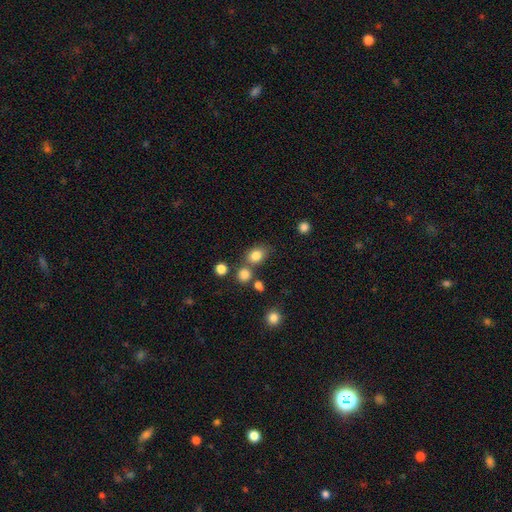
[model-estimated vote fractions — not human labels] smooth-or-featured: smooth: 82% | star or artifact: 11% | featured or disk: 7%
  how-rounded: in between: 50% | round: 49% | cigar-shaped: 1%
  merging: none: 63% | merger: 18% | minor disturbance: 14% | major disturbance: 5%